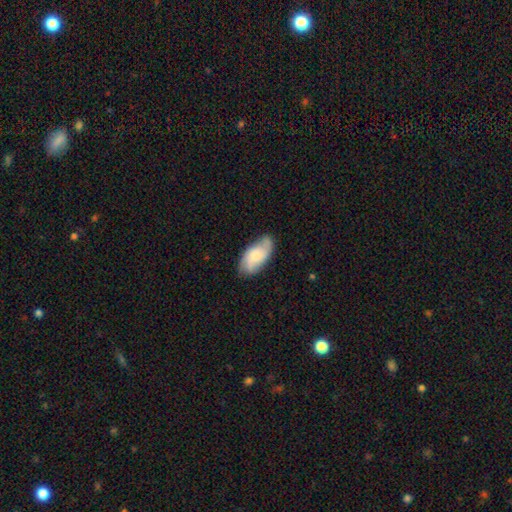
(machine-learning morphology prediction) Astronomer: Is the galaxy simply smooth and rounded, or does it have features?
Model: smooth — 48% (runner-up: featured or disk, 45%).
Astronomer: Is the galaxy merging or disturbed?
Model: none — 70%.